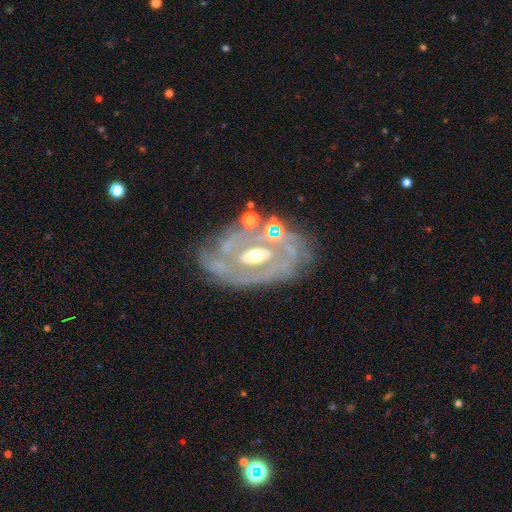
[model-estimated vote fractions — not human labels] Q: Smooth or featured?
A: featured or disk (82%); runner-up: smooth (11%)
Q: Edge-on disk?
A: no (94%); runner-up: yes (6%)
Q: Bar?
A: no (49%); runner-up: weak (31%)
Q: Spiral arms?
A: yes (70%); runner-up: no (30%)
Q: Spiral winding?
A: tight (65%); runner-up: medium (25%)
Q: Spiral arm count?
A: can't tell (41%); runner-up: 2 (33%)
Q: Bulge size?
A: moderate (65%); runner-up: small (27%)
Q: Merging?
A: none (67%); runner-up: minor disturbance (19%)